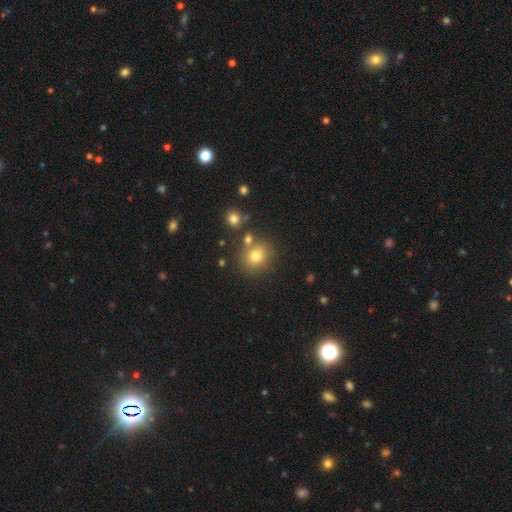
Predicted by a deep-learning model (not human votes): smooth-or-featured: smooth: 77% | star or artifact: 14% | featured or disk: 9%
  how-rounded: round: 76% | in between: 23% | cigar-shaped: 1%
  merging: none: 72% | merger: 14% | minor disturbance: 10% | major disturbance: 4%